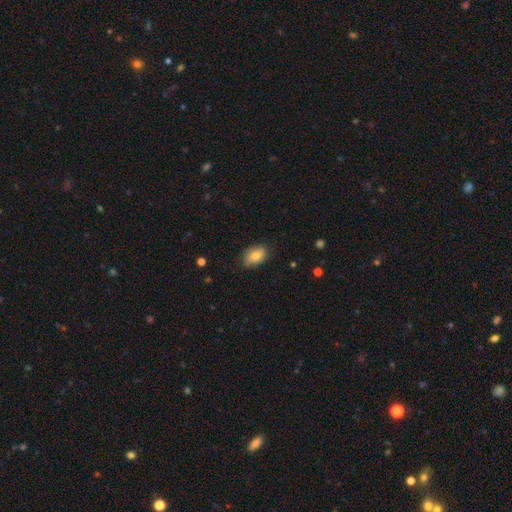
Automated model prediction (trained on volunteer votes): Morphology: type=smooth (80%); roundness=in between (87%); merging=none (76%).